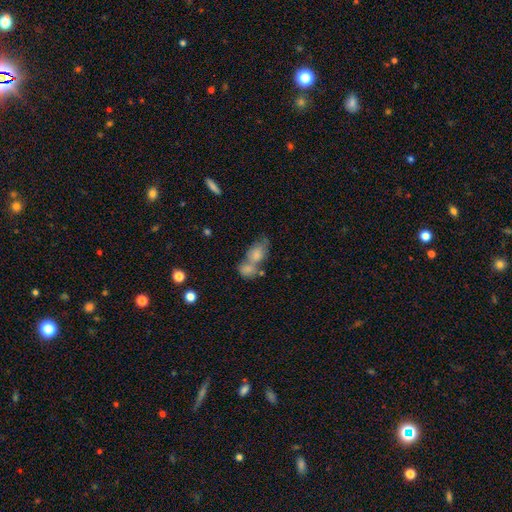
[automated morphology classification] Smooth or featured? smooth (75%)
How rounded? in between (74%)
Merging? merger (60%)